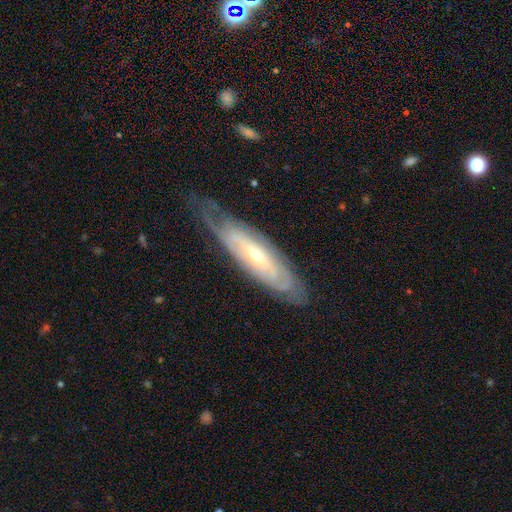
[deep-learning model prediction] A featured or disk galaxy (78%) with no bar (58%), tight (74%) spiral arms (85%) and a small central bulge (61%).

Vote fractions:
- Smooth or featured? featured or disk: 78% / smooth: 16% / star or artifact: 6%
- Edge-on disk? no: 76% / yes: 24%
- Bar? no: 58% / weak: 29% / strong: 13%
- Spiral arms? yes: 85% / no: 15%
- Spiral winding? tight: 74% / medium: 21% / loose: 6%
- Spiral arm count? can't tell: 64% / 2: 18% / 3: 6% / 4: 5% / more than 4: 4% / 1: 4%
- Bulge size? small: 61% / moderate: 35% / large: 2% / none: 1% / dominant: 1%
- Merging? none: 65% / minor disturbance: 24% / major disturbance: 9% / merger: 1%